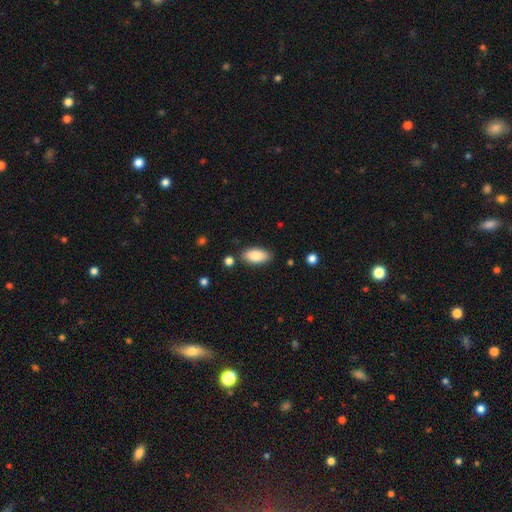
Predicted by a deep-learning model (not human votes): This is clearly a smooth galaxy (88%). How rounded: clearly in between (90%). Merging: clearly none (83%).